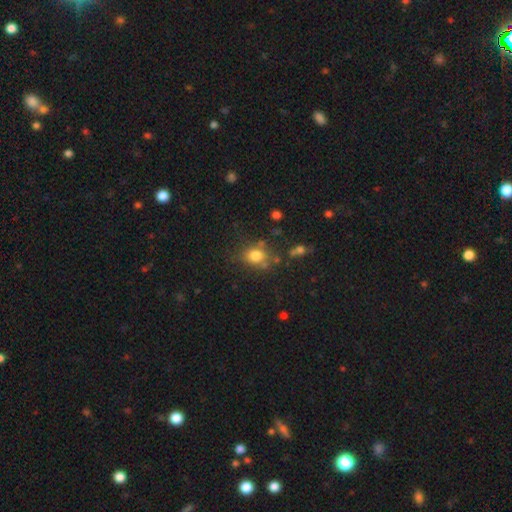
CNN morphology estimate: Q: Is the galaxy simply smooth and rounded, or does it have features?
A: smooth — 78%.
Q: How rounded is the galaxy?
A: round — 51%.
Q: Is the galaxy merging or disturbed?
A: none — 65%.